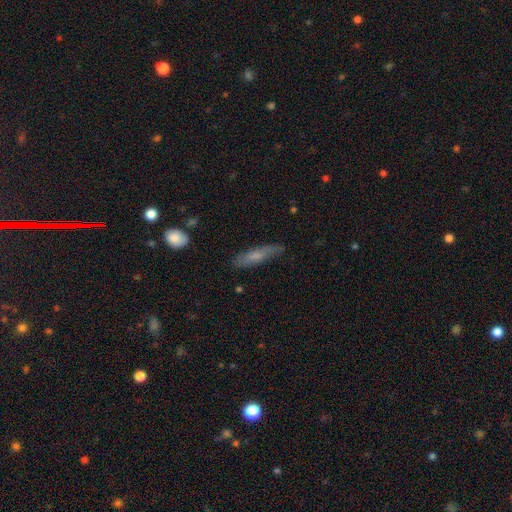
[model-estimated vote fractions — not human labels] Smooth or featured?
  - smooth: 62% *
  - featured or disk: 31%
  - star or artifact: 7%
How rounded?
  - cigar-shaped: 77% *
  - in between: 21%
  - round: 2%
Merging?
  - none: 79% *
  - minor disturbance: 17%
  - major disturbance: 3%
  - merger: 2%